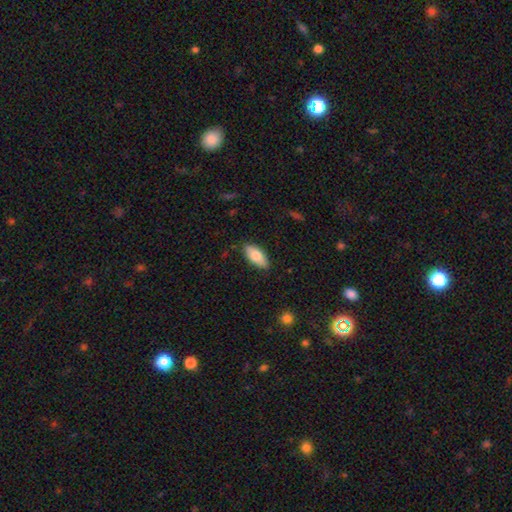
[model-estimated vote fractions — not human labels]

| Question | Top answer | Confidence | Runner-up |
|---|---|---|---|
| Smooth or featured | smooth | 75% | featured or disk (19%) |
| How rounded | in between | 86% | cigar-shaped (12%) |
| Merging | none | 87% | minor disturbance (10%) |